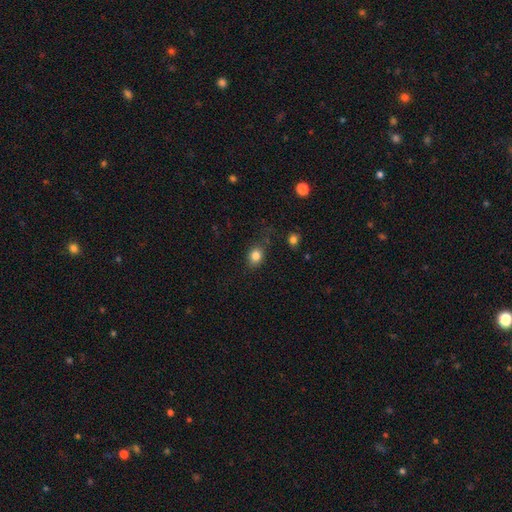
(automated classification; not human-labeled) Smooth or featured? Predicted: smooth (p=0.83). How rounded? Predicted: round (p=0.49, tied with in between). Merging? Predicted: none (p=0.73).